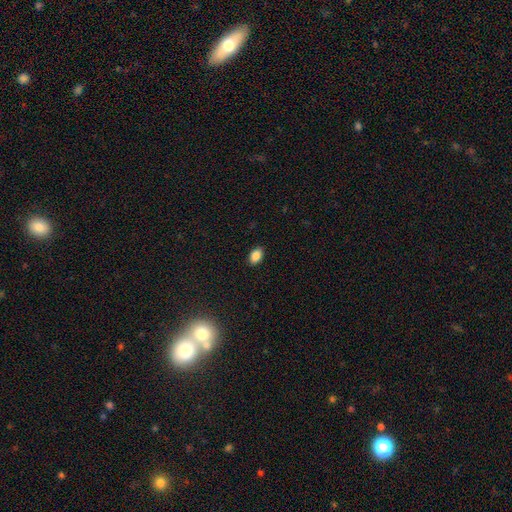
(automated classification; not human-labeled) Morphology: type=smooth (87%); roundness=in between (87%); merging=none (89%).